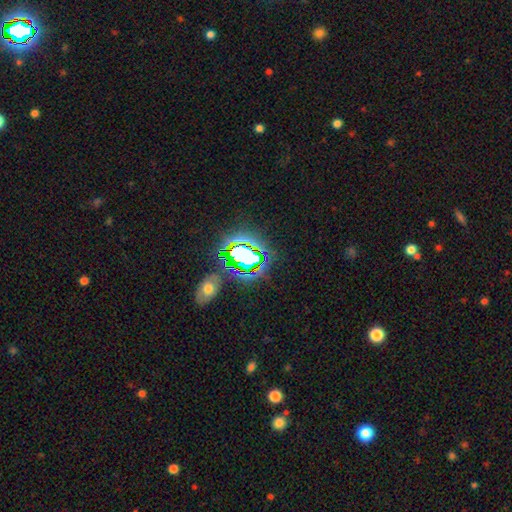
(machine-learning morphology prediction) Overall: star or artifact (79%).